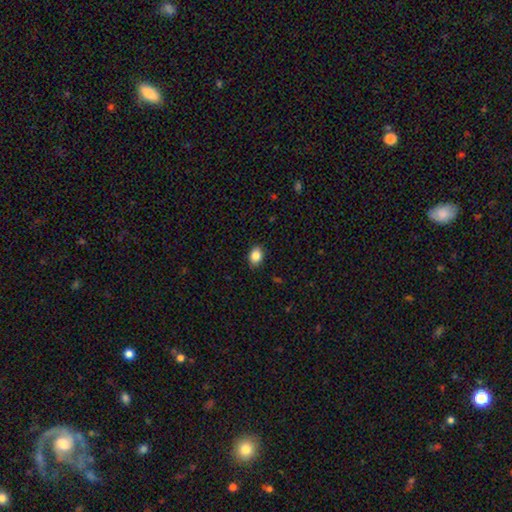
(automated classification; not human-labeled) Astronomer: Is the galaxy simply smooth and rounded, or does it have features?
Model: smooth — 86%.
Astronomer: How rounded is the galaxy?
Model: in between — 64%.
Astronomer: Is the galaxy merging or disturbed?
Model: none — 88%.